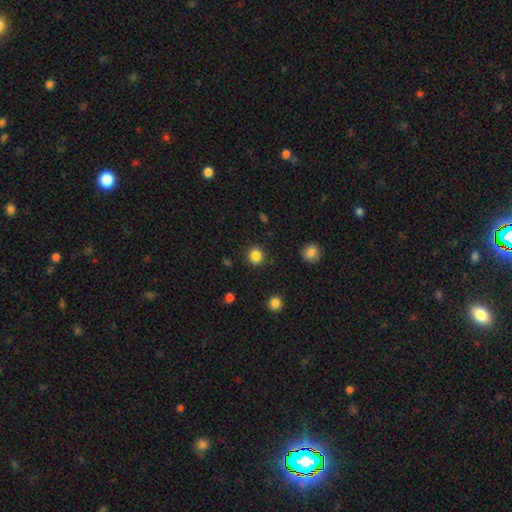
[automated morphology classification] Smooth or featured? Predicted: smooth (p=0.85). How rounded? Predicted: round (p=0.91). Merging? Predicted: none (p=0.90).